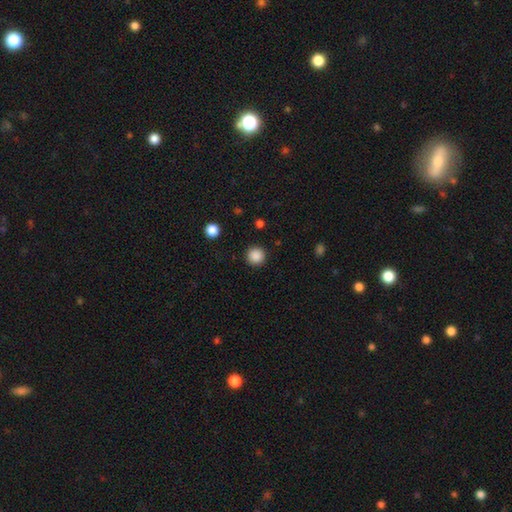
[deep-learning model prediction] This is clearly a smooth galaxy (87%). How rounded: clearly round (96%). Merging: clearly none (92%).